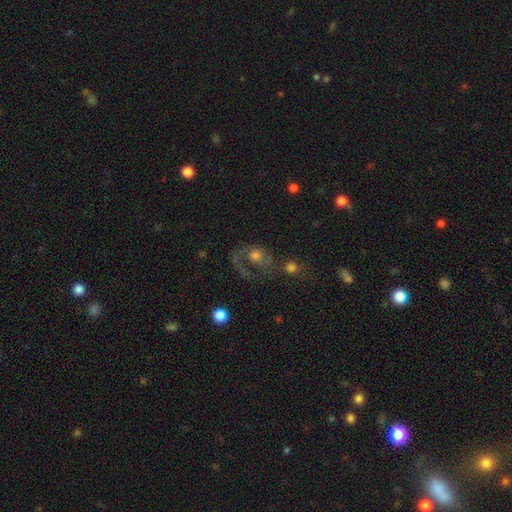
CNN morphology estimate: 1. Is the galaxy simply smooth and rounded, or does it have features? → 52% featured or disk, 35% smooth, 13% star or artifact.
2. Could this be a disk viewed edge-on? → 97% no, 3% yes.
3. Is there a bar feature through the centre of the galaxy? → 82% no, 15% weak, 3% strong.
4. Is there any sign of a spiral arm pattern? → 65% yes, 35% no.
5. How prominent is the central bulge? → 53% moderate, 22% large, 14% small, 6% none, 4% dominant.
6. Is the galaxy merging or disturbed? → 43% major disturbance, 30% none, 14% minor disturbance, 14% merger.